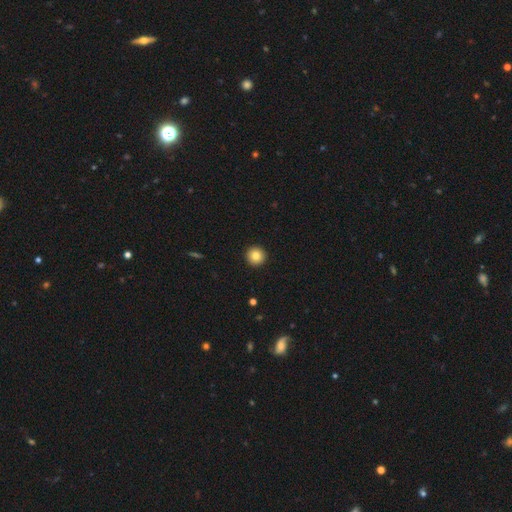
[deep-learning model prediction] A smooth galaxy with no disk features (84%) that is round (96%). Merging: none (94%).